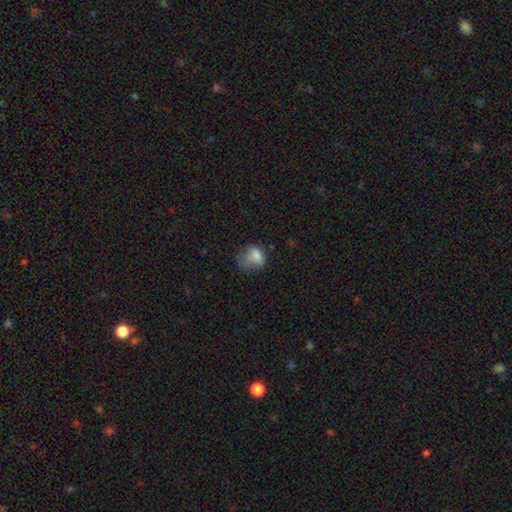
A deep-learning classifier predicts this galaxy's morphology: The model was most divided on "merging" (2-way tie): none: 33%, minor disturbance: 33%, major disturbance: 31%, merger: 2%. More confident: smooth or featured — smooth (77%); how rounded — in between (53%).